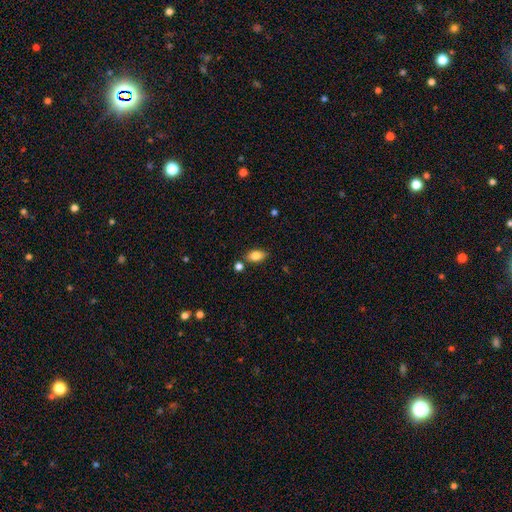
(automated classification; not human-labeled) Smooth or featured?
  - smooth: 81% *
  - featured or disk: 10%
  - star or artifact: 8%
How rounded?
  - in between: 87% *
  - round: 8%
  - cigar-shaped: 4%
Merging?
  - none: 78% *
  - minor disturbance: 13%
  - merger: 7%
  - major disturbance: 3%